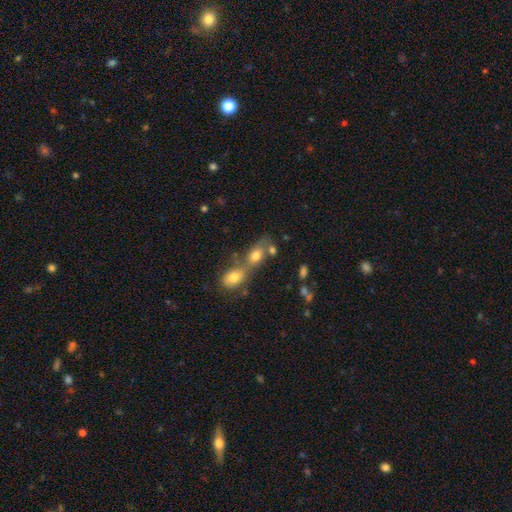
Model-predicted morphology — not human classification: Q: Smooth or featured?
A: smooth (73%); runner-up: featured or disk (16%)
Q: How rounded?
A: in between (74%); runner-up: round (22%)
Q: Merging?
A: merger (55%); runner-up: none (30%)